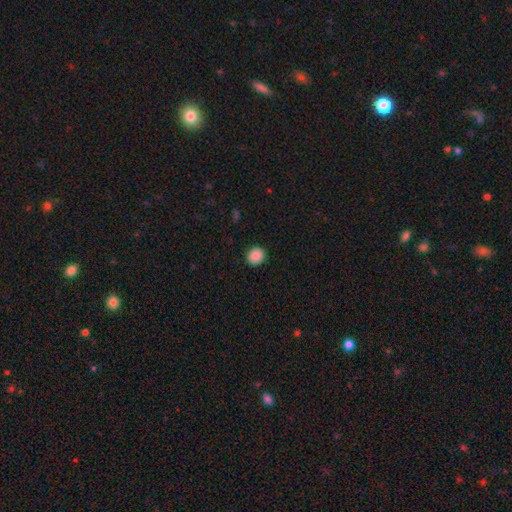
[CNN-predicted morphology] Smooth or featured? Predicted: smooth (p=0.88). How rounded? Predicted: round (p=0.88). Merging? Predicted: none (p=0.92).